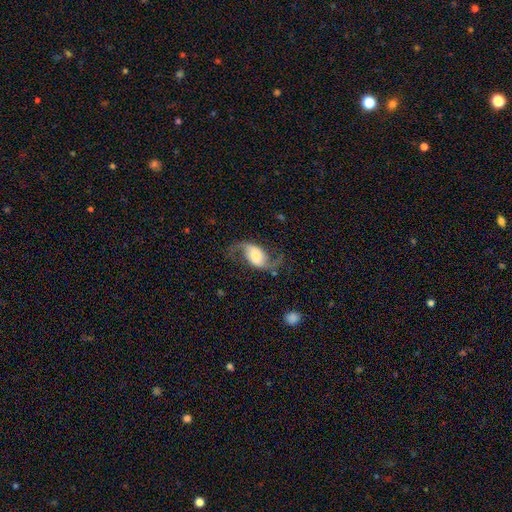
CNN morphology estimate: The model was most divided on "bar": no: 44%, weak: 37%, strong: 19%. Remaining: edge-on disk — no (96%); spiral arms — yes (95%); spiral arm count — 2 (93%); smooth or featured — featured or disk (80%); spiral winding — loose (78%); merging — none (67%); bulge size — moderate (37%).